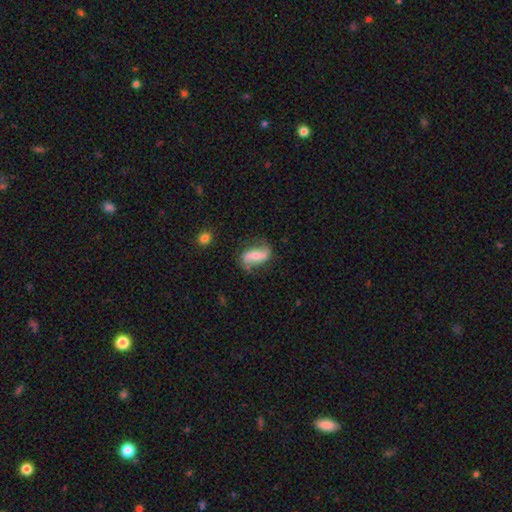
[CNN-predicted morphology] This is likely a featured or disk galaxy (65%). It is clearly not viewed edge-on (92%). Bar: marginally no (37%). Spiral arm pattern: clearly yes (87%). Spiral arm count: clearly 2 (90%). Spiral winding: likely loose (76%). Central bulge: possibly small (46%). Merging: likely none (69%).